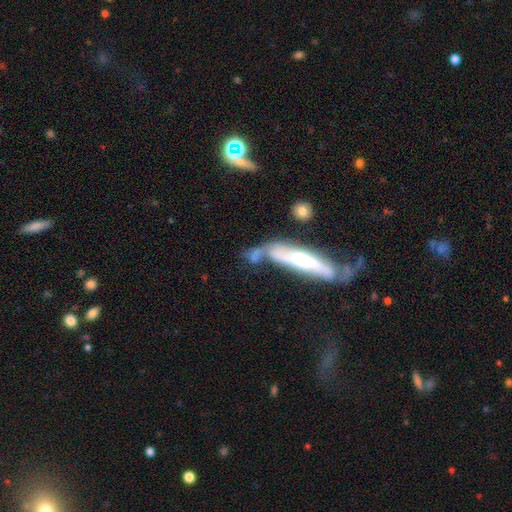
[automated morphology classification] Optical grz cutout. It shows a featured or disk galaxy (53%) viewed edge-on (54%). Merging: none (34%).